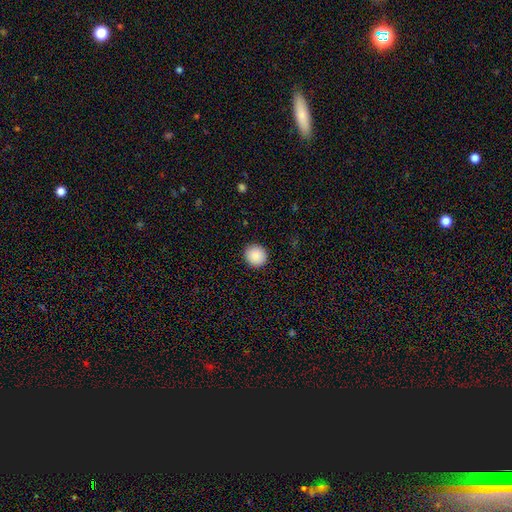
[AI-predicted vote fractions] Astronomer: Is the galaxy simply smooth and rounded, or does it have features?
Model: smooth — 89%.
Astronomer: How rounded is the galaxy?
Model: round — 90%.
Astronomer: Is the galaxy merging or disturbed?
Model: none — 93%.